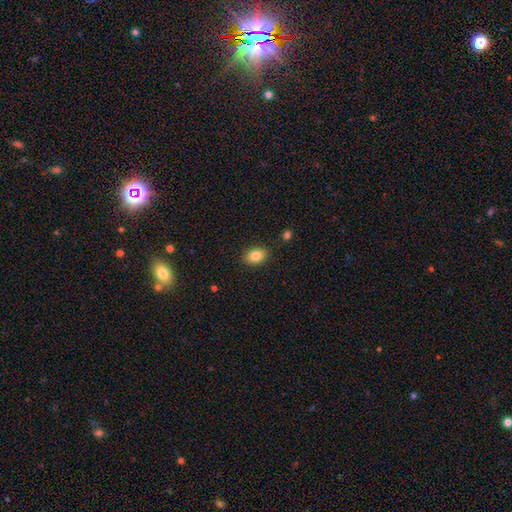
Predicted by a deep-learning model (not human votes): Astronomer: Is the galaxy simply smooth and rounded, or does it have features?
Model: smooth — 84%.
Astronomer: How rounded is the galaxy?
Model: in between — 86%.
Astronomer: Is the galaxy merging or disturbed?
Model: none — 87%.